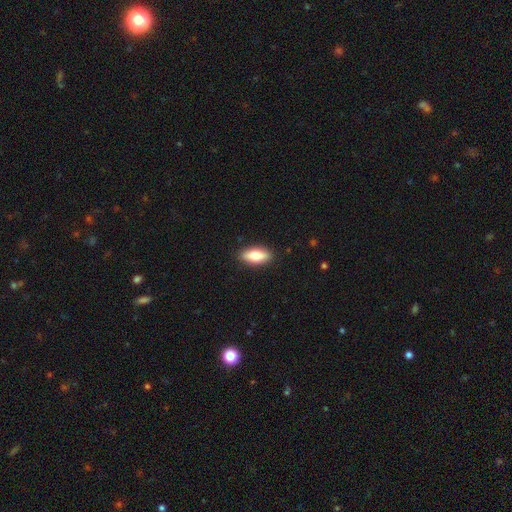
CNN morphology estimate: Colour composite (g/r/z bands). It shows a smooth galaxy with no disk features (71%) that is in between round and cigar-shaped (80%). Merging: none (89%).